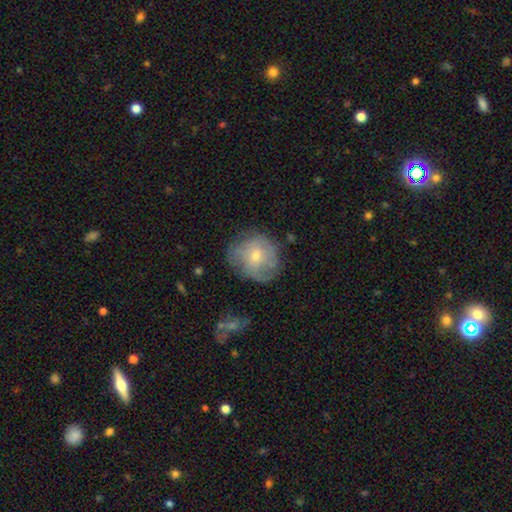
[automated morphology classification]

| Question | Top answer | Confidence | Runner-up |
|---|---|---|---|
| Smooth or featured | smooth | 48% | featured or disk (44%) |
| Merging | none | 64% | minor disturbance (24%) |